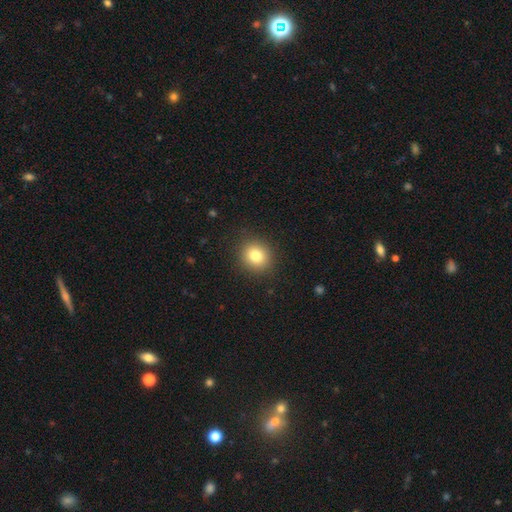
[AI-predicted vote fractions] A smooth galaxy with no disk features (81%) that is round (83%). Merging: none (90%).